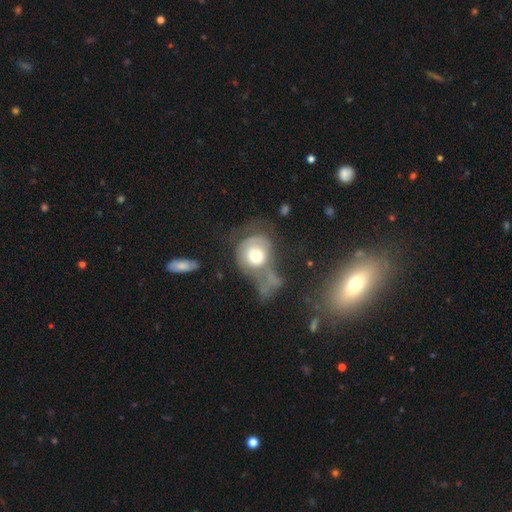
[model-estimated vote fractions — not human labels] Overall: smooth (53%; featured or disk 38%). How rounded: round (75%). Merging: major disturbance (48%; merger 20%).